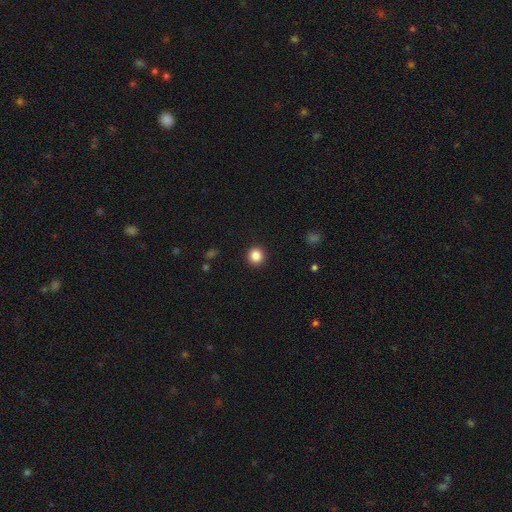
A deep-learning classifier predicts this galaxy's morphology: This appears to be a smooth galaxy with no disk features (86%) that is round (92%). Merging: none (92%).